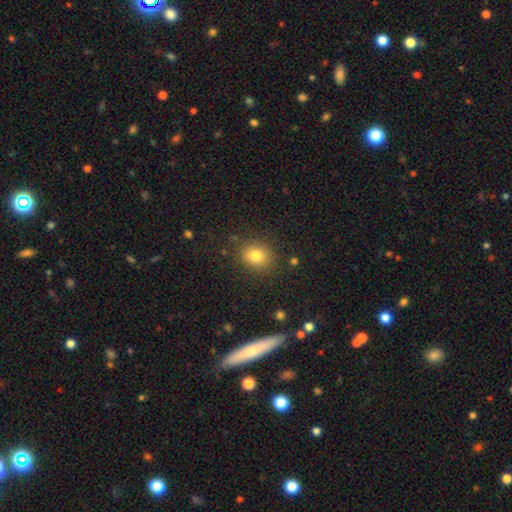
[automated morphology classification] smooth_or_featured: smooth (p=0.80) [alt: star or artifact p=0.12]
how_rounded: round (p=0.72) [alt: in between p=0.27]
merging: none (p=0.86) [alt: minor disturbance p=0.09]